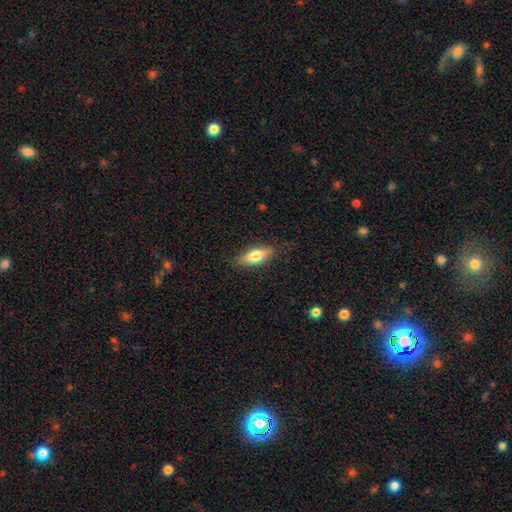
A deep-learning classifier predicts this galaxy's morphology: A smooth galaxy with no disk features (77%) that is in between round and cigar-shaped (79%). Merging: none (82%).